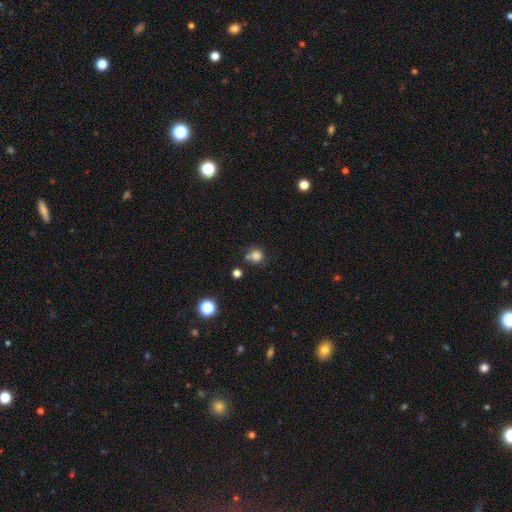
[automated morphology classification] Smooth or featured: smooth — 80% (star or artifact — 14%)
How rounded: round — 85% (in between — 14%)
Merging: none — 60% (minor disturbance — 21%)